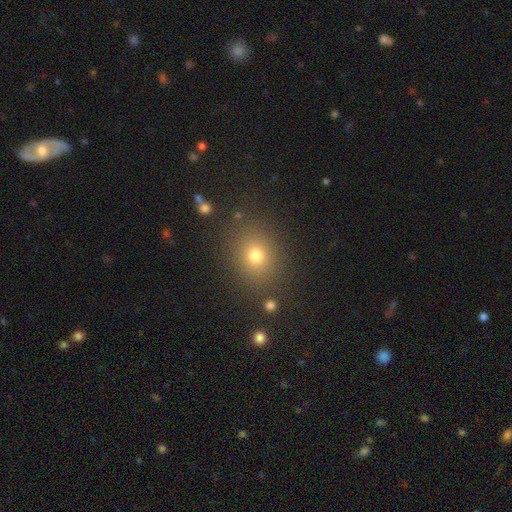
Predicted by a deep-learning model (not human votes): smooth 73%, star or artifact 19%, featured or disk 9%. Down the decision tree: how rounded — round (64%); merging — none (85%).